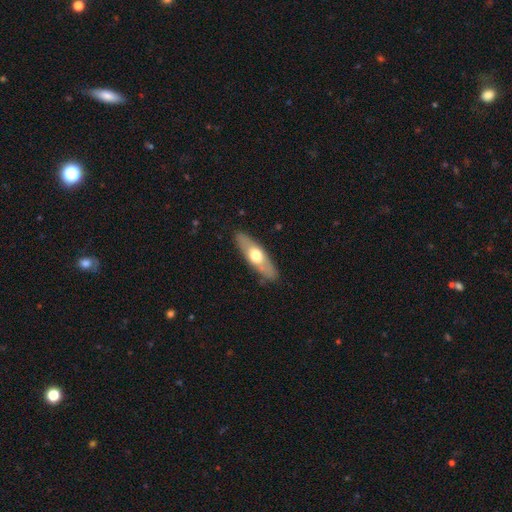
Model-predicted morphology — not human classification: Overall: smooth (48%; featured or disk 47%). Merging: none (85%).